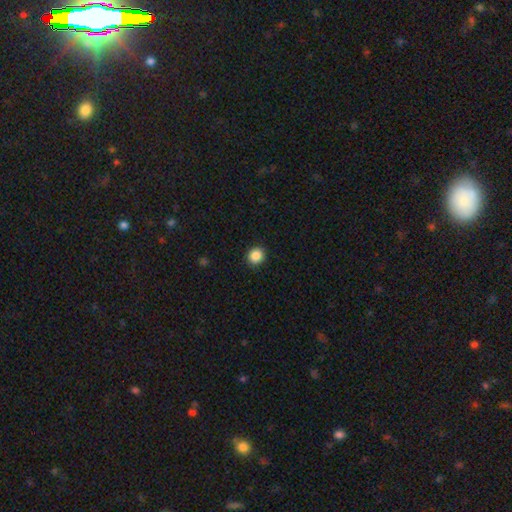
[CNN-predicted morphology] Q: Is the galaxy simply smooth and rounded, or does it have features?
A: smooth — 87%.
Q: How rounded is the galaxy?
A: round — 87%.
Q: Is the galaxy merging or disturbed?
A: none — 92%.